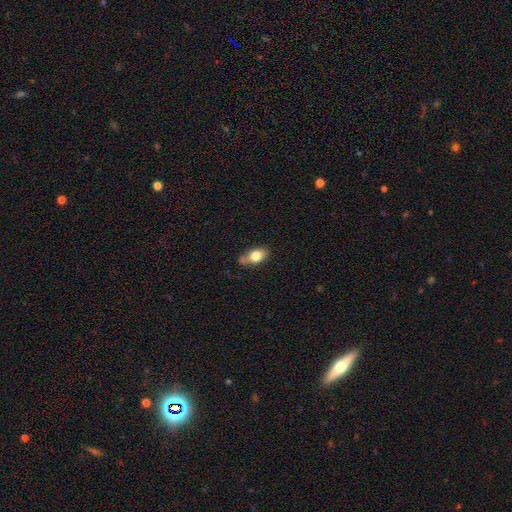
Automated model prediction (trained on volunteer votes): Smooth or featured?
  - smooth: 78% *
  - featured or disk: 14%
  - star or artifact: 8%
How rounded?
  - in between: 81% *
  - round: 16%
  - cigar-shaped: 3%
Merging?
  - none: 56% *
  - minor disturbance: 23%
  - merger: 15%
  - major disturbance: 6%